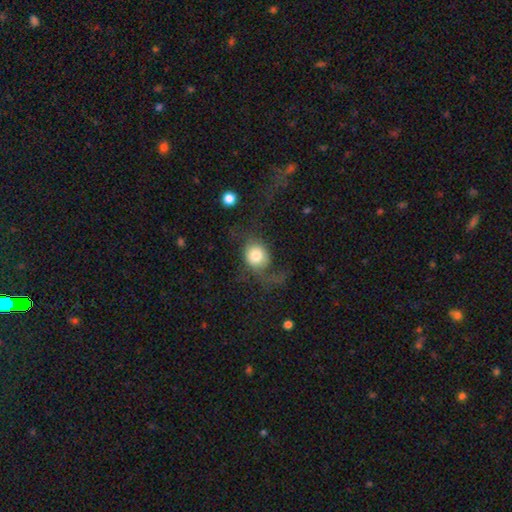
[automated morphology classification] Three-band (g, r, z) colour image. It shows a smooth galaxy with no disk features (69%) that is round (68%). Merging: major disturbance (42%).